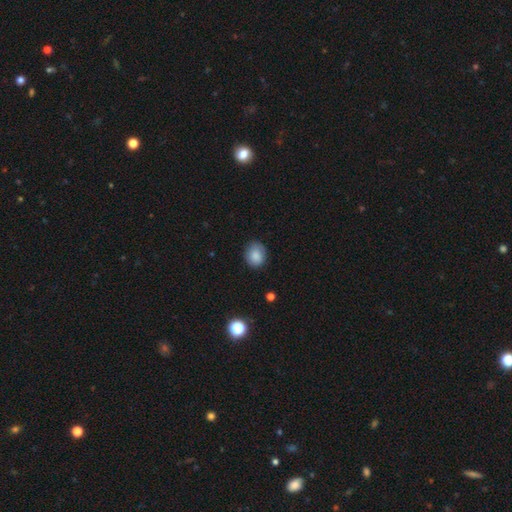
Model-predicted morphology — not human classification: smooth 86%, star or artifact 9%, featured or disk 6%. Down the decision tree: how rounded — round (62%); merging — none (81%).